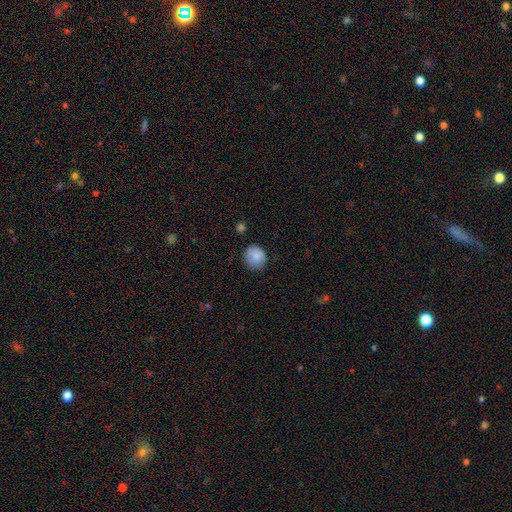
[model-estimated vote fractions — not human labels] smooth_or_featured: smooth (p=0.86) [alt: star or artifact p=0.08]
how_rounded: round (p=0.82) [alt: in between p=0.17]
merging: none (p=0.78) [alt: minor disturbance p=0.17]